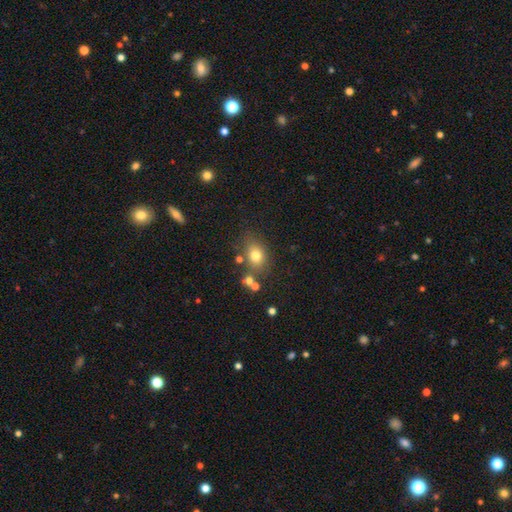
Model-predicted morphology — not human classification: This is likely a smooth galaxy (75%). How rounded: possibly in between (54%). Merging: likely none (68%).